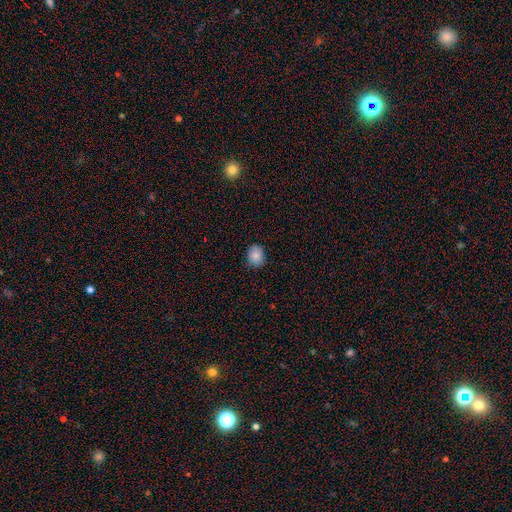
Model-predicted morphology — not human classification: Smooth or featured? Predicted: smooth (p=0.85). How rounded? Predicted: in between (p=0.51). Merging? Predicted: none (p=0.84).